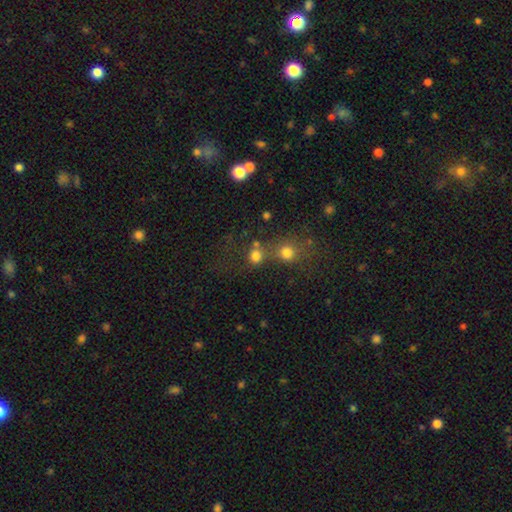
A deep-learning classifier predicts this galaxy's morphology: Smooth or featured? smooth (76%)
How rounded? round (87%)
Merging? none (51%)